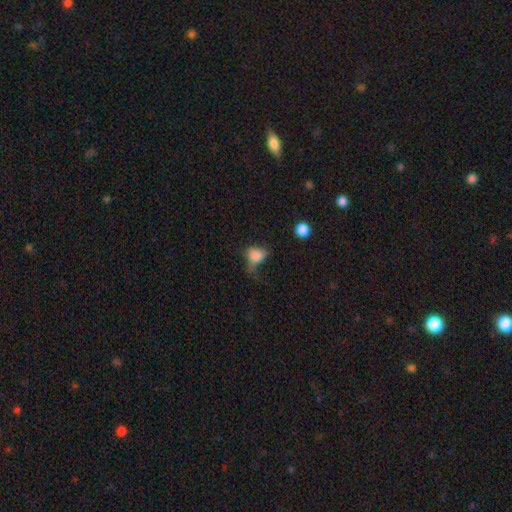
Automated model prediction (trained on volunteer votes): smooth_or_featured: smooth (p=0.76) [alt: featured or disk p=0.13]
how_rounded: in between (p=0.69) [alt: round p=0.28]
merging: major disturbance (p=0.38) [alt: minor disturbance p=0.30]